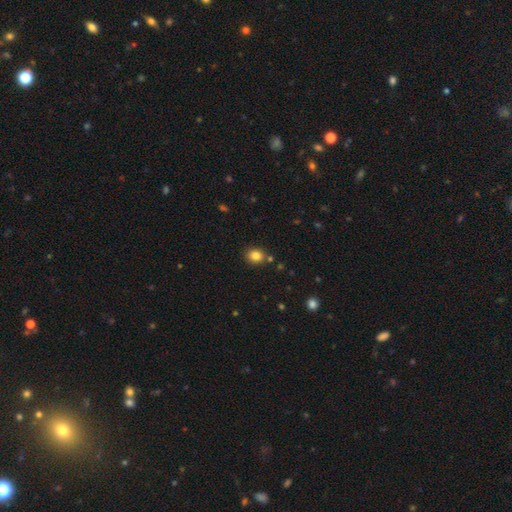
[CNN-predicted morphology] A smooth galaxy with no disk features (83%) that is round (67%). Merging: none (83%).